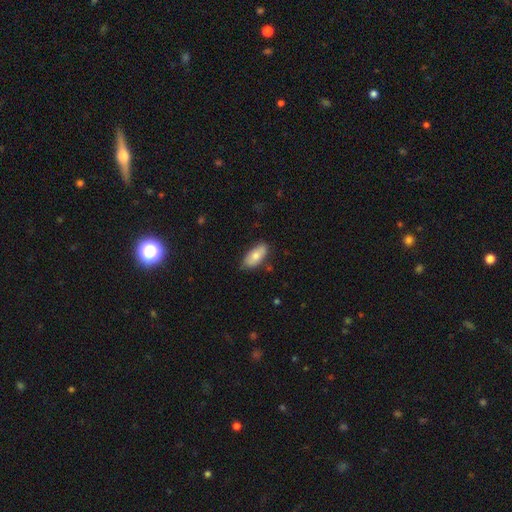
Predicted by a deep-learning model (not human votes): Morphology: type=smooth (74%); roundness=in between (90%); merging=none (77%).